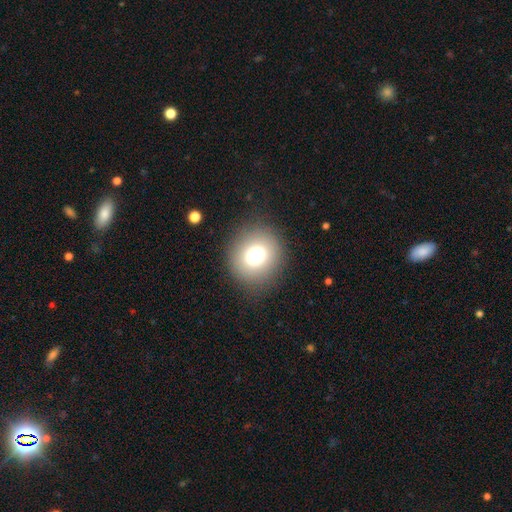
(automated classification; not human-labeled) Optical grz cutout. It shows a smooth galaxy with no disk features (75%) that is round (86%). Merging: none (87%).